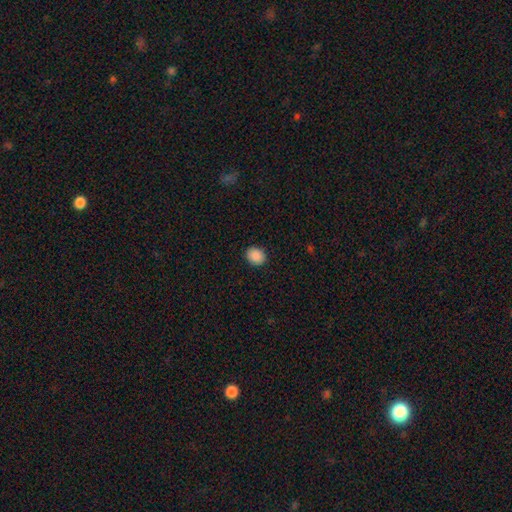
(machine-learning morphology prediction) Overall: smooth (89%). How rounded: round (62%; in between 37%). Merging: none (91%).